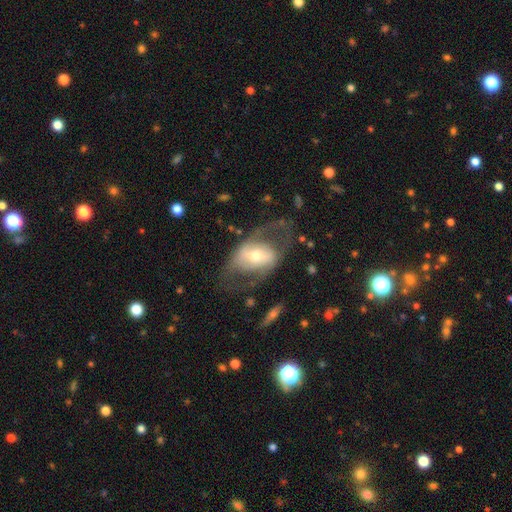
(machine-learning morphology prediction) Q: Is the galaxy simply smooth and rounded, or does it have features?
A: featured or disk — 68%.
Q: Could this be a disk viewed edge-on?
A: no — 92%.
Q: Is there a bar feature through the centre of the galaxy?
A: no — 35%.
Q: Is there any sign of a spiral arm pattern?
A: yes — 60%.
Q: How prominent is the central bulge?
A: moderate — 58%.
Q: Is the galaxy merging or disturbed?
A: none — 55%.